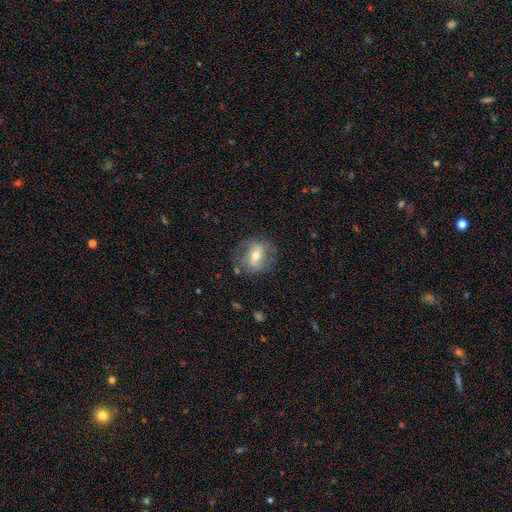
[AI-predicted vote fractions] The model was most divided on "smooth or featured": featured or disk: 48%, smooth: 43%, star or artifact: 9%. More confident: merging — none (71%).